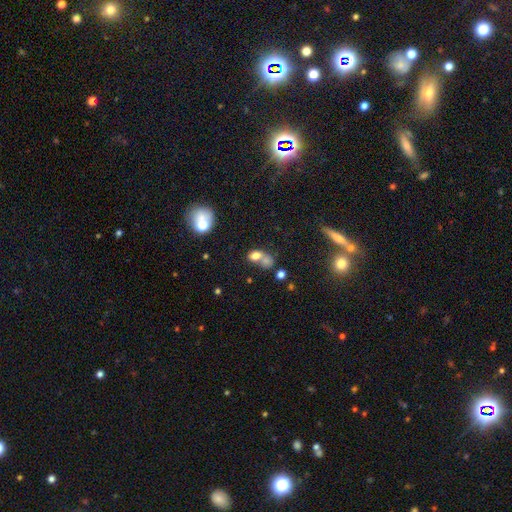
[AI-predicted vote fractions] This is likely a smooth galaxy (70%). How rounded: likely in between (64%). Merging: possibly merger (59%).